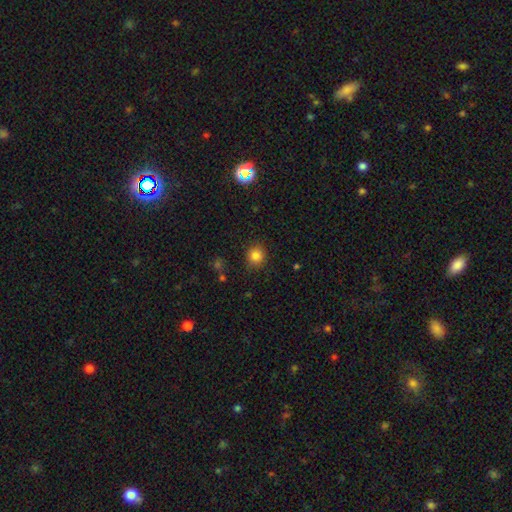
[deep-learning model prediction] Smooth or featured? Predicted: smooth (p=0.83). How rounded? Predicted: round (p=0.85). Merging? Predicted: none (p=0.87).